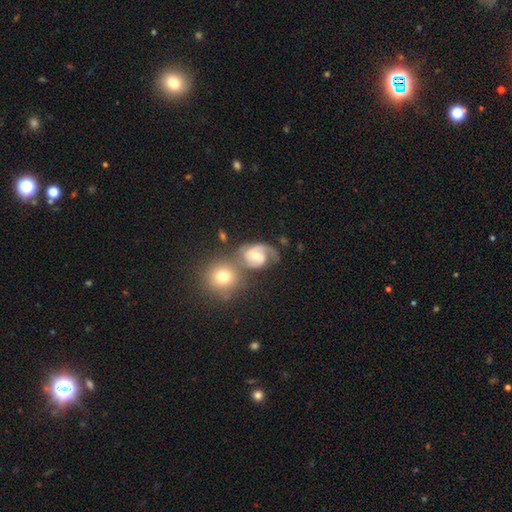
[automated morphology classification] Smooth or featured? Predicted: featured or disk (p=0.77). Edge-on disk? Predicted: no (p=0.97). Bar? Predicted: no (p=0.45). Spiral arms? Predicted: yes (p=0.94). Spiral winding? Predicted: medium (p=0.47). Spiral arm count? Predicted: 2 (p=0.60). Bulge size? Predicted: moderate (p=0.58). Merging? Predicted: none (p=0.43).